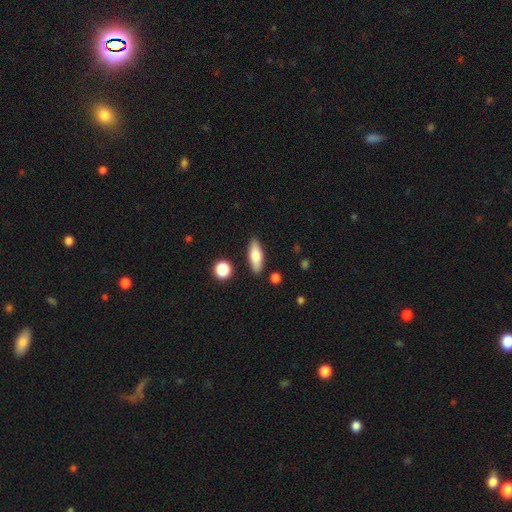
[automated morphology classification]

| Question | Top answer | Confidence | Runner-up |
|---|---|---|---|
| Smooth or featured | smooth | 73% | featured or disk (20%) |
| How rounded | in between | 64% | cigar-shaped (33%) |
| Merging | none | 85% | minor disturbance (10%) |